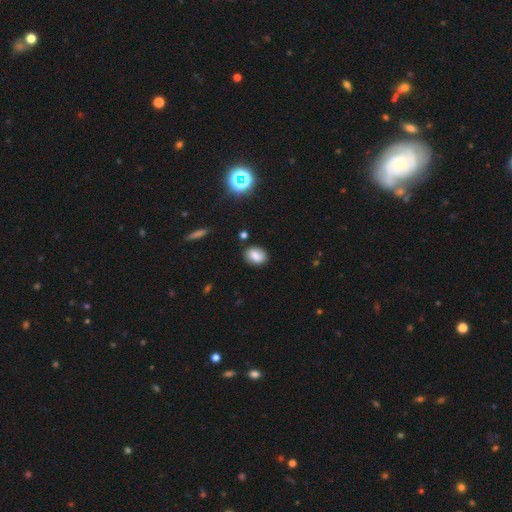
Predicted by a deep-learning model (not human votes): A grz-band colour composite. It shows a smooth galaxy with no disk features (80%) that is in between round and cigar-shaped (76%). Merging: none (81%).